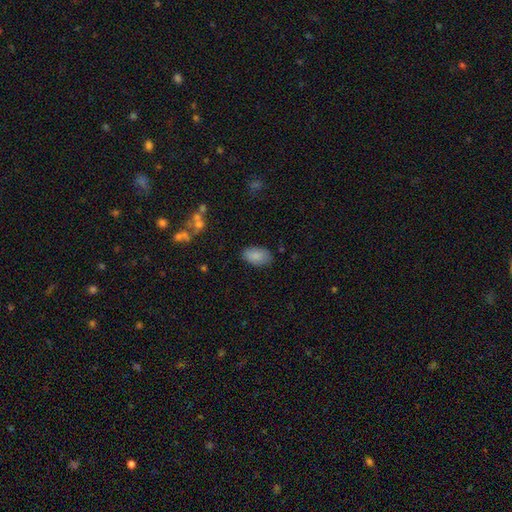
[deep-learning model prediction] Smooth or featured? Predicted: smooth (p=0.87). How rounded? Predicted: in between (p=0.93). Merging? Predicted: none (p=0.80).